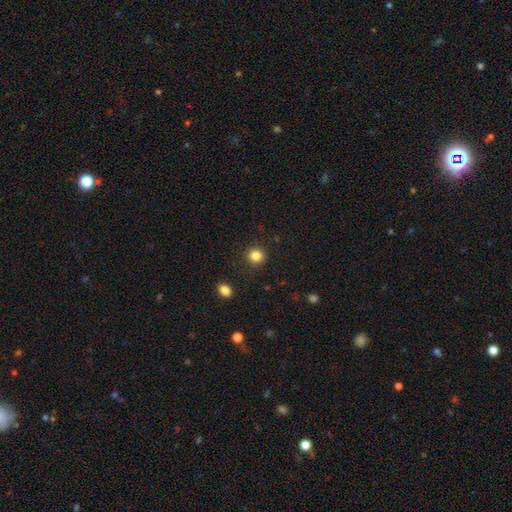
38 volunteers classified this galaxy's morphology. Smooth or featured: smooth — 87% (star or artifact — 8%)
How rounded: round — 91% (in between — 9%)
Merging: none — 89% (merger — 6%)